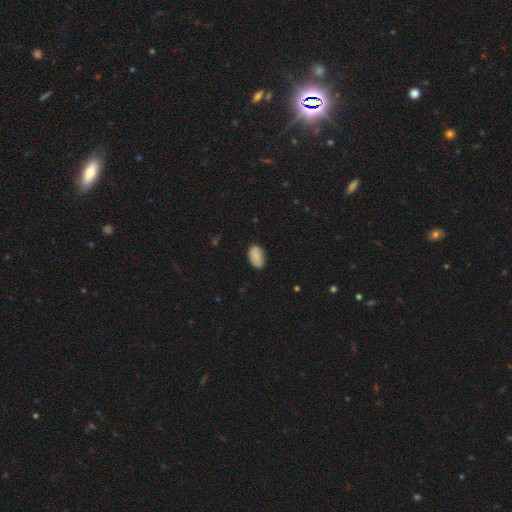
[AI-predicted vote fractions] smooth-or-featured: smooth: 86% | star or artifact: 7% | featured or disk: 7%
  how-rounded: in between: 93% | round: 5% | cigar-shaped: 1%
  merging: none: 81% | minor disturbance: 15% | major disturbance: 3% | merger: 1%